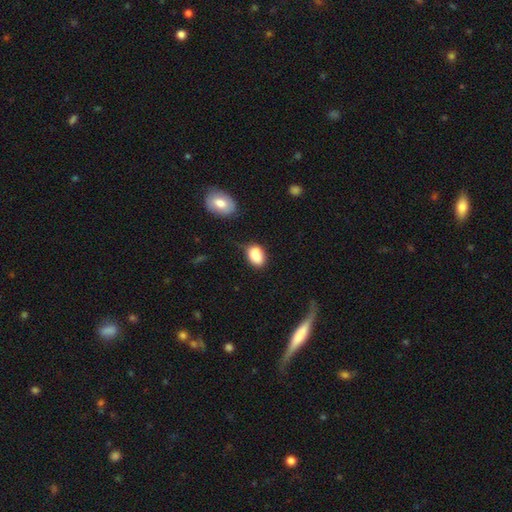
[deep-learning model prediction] This appears to be a smooth galaxy with no disk features (86%) that is in between round and cigar-shaped (82%). Merging: none (60%).